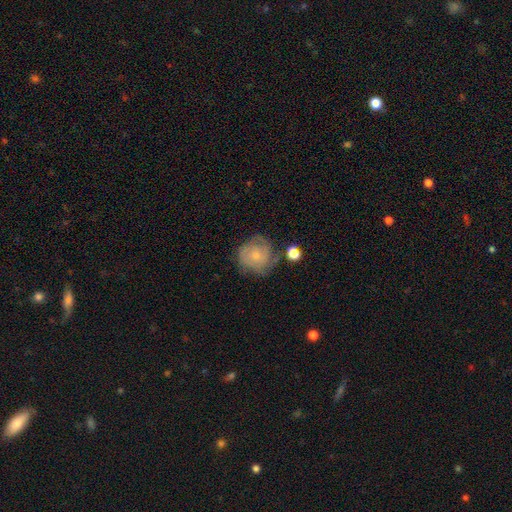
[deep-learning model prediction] featured or disk 52%, smooth 39%, star or artifact 8%. Down the decision tree: edge-on disk — no (98%); bar — no (81%); spiral arms — yes (81%); bulge size — small (62%); merging — none (63%).